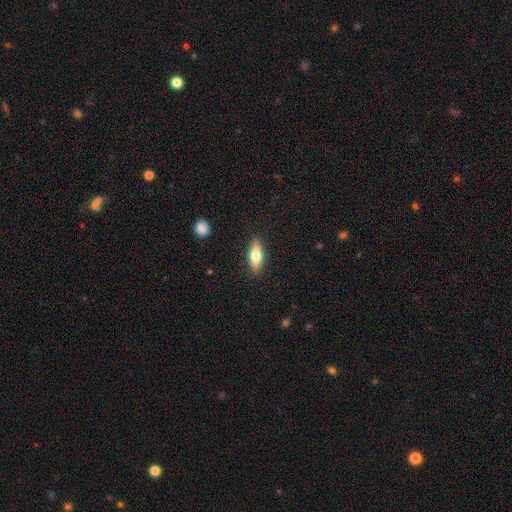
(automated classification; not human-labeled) This appears to be a smooth galaxy with no disk features (66%) that is in between round and cigar-shaped (62%). Merging: none (88%).